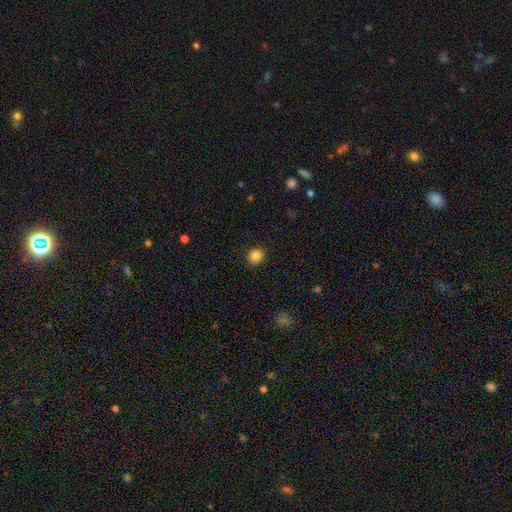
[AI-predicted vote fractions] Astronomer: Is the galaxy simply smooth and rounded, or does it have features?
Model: smooth — 85%.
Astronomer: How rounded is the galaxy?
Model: round — 86%.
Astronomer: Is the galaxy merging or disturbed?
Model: none — 90%.